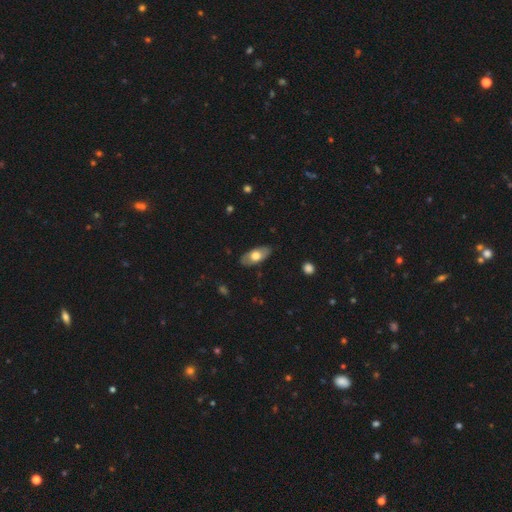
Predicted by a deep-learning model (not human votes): Smooth or featured? smooth (62%)
How rounded? in between (90%)
Merging? none (84%)